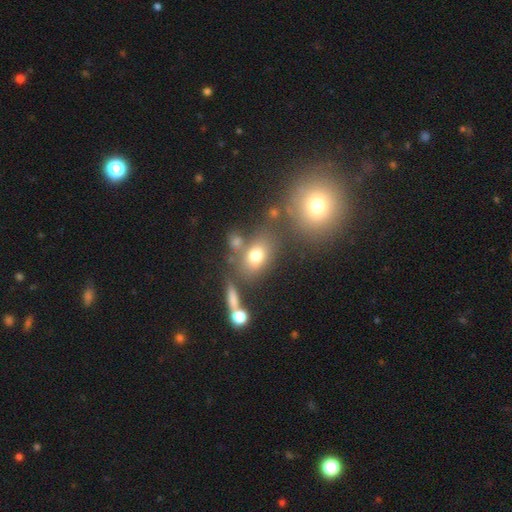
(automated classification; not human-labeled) This appears to be a smooth galaxy with no disk features (71%) that is in between round and cigar-shaped (64%). Merging: none (60%).